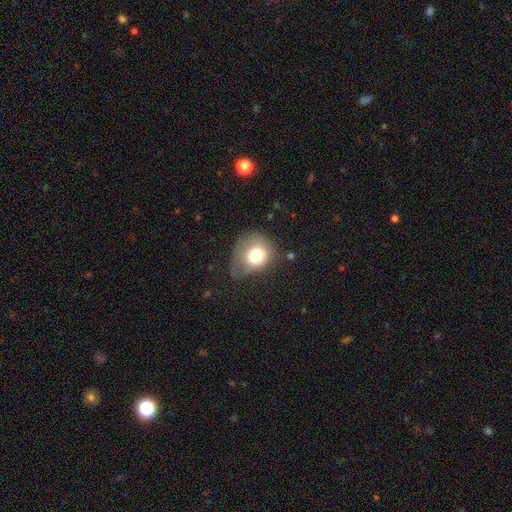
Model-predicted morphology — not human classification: Smooth or featured? smooth (74%)
How rounded? round (69%)
Merging? minor disturbance (37%, tied with none)